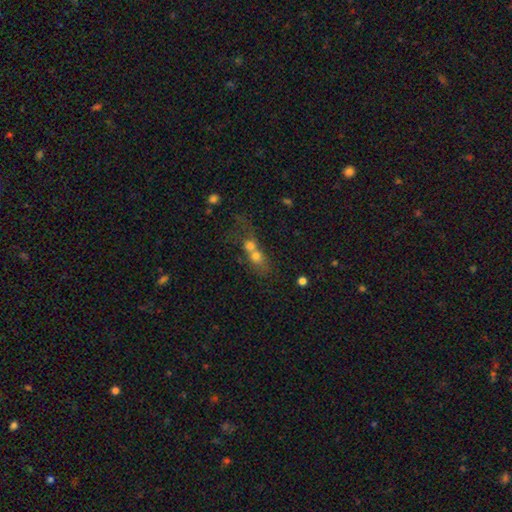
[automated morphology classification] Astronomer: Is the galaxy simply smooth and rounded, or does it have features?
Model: smooth — 64%.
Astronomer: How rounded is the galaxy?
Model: round — 54% (runner-up: in between, 40%).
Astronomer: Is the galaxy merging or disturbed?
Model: merger — 73%.